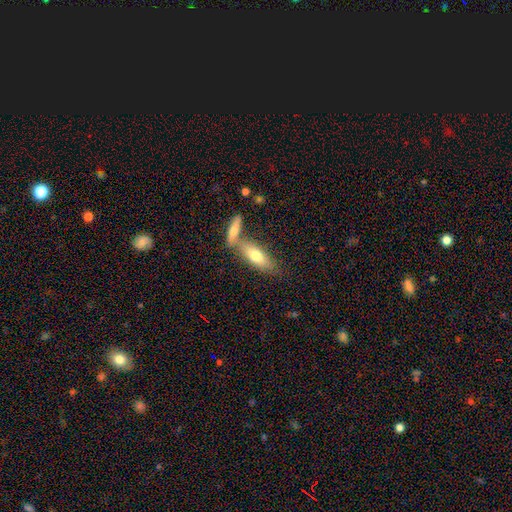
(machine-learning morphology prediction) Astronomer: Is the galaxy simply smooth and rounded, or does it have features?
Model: smooth — 68%.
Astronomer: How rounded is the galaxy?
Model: in between — 63%.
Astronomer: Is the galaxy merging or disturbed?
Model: none — 47% (runner-up: merger, 40%).